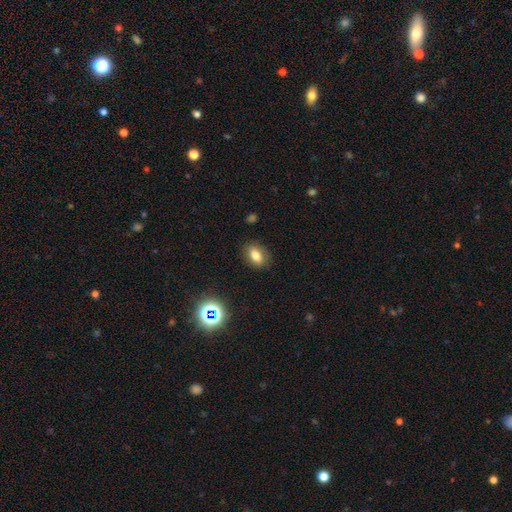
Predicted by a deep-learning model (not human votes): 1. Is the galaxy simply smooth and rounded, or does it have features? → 76% smooth, 13% star or artifact, 12% featured or disk.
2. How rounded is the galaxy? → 77% in between, 20% round, 2% cigar-shaped.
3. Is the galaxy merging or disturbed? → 85% none, 11% minor disturbance, 3% major disturbance, 1% merger.